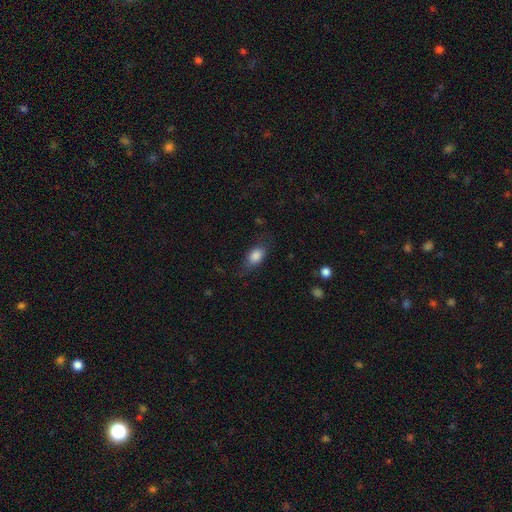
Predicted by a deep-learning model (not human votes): Overall: smooth (83%). How rounded: in between (85%). Merging: none (69%).